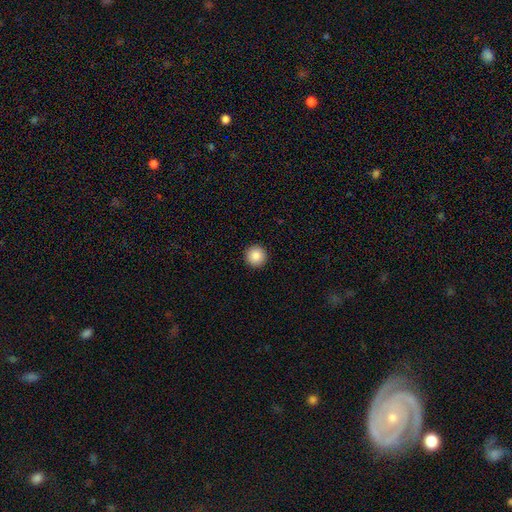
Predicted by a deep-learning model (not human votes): Morphology: type=smooth (87%); roundness=round (96%); merging=none (94%).